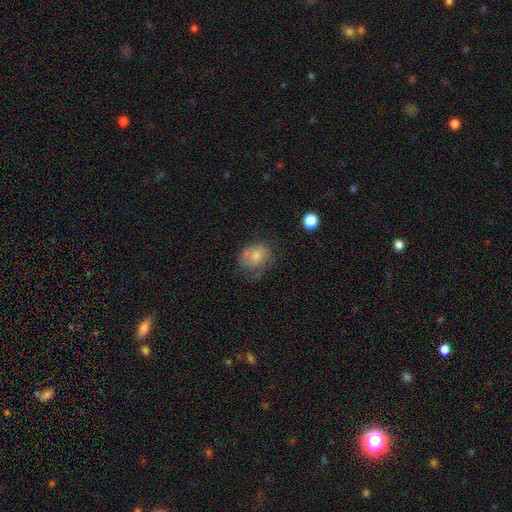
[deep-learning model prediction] The model was most divided on "how rounded": in between: 53%, round: 46%, cigar-shaped: 1%. Remaining: smooth or featured — smooth (66%); merging — none (41%).